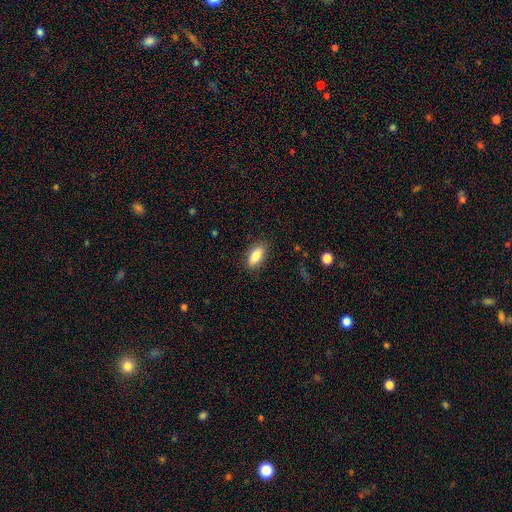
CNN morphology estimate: Smooth or featured?
  - smooth: 83% *
  - featured or disk: 11%
  - star or artifact: 7%
How rounded?
  - in between: 86% *
  - cigar-shaped: 11%
  - round: 3%
Merging?
  - none: 85% *
  - minor disturbance: 11%
  - major disturbance: 3%
  - merger: 1%